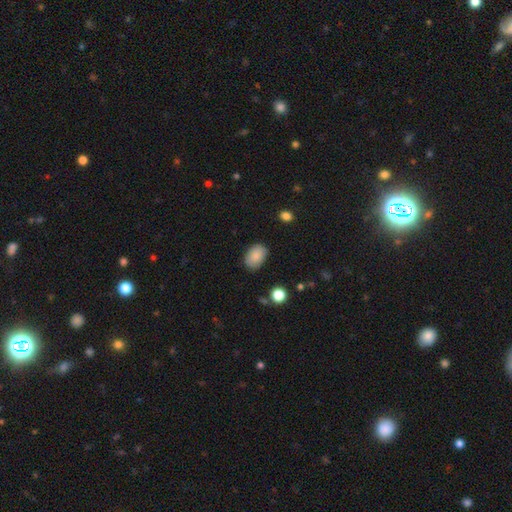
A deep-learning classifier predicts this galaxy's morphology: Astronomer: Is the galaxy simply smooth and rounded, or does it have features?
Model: smooth — 85%.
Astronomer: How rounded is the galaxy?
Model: in between — 84%.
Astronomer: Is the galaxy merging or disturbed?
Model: none — 79%.